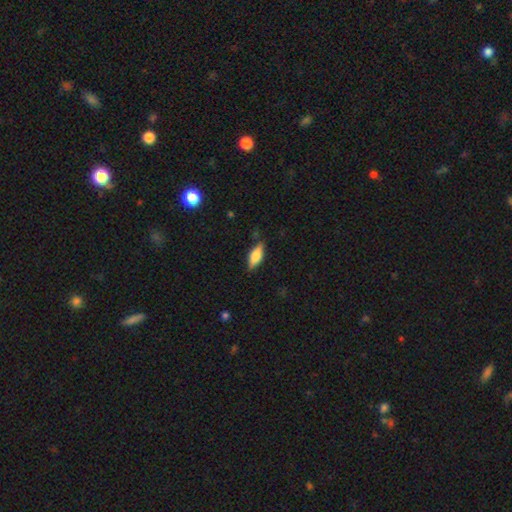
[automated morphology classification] The model was most divided on "smooth or featured": smooth: 65%, featured or disk: 27%, star or artifact: 7%. More confident: merging — none (78%); how rounded — in between (72%).